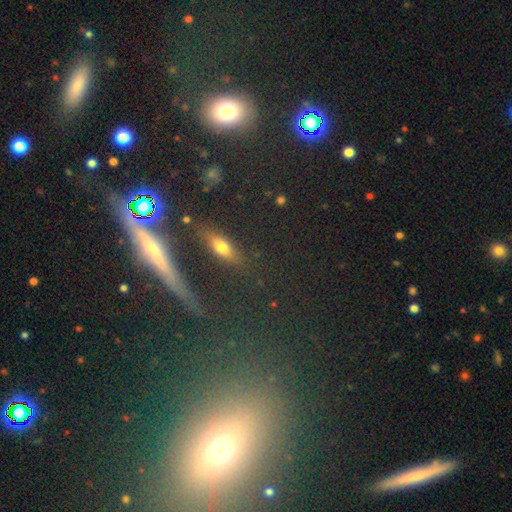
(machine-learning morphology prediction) This is marginally a star or artifact rather than a galaxy (34%).